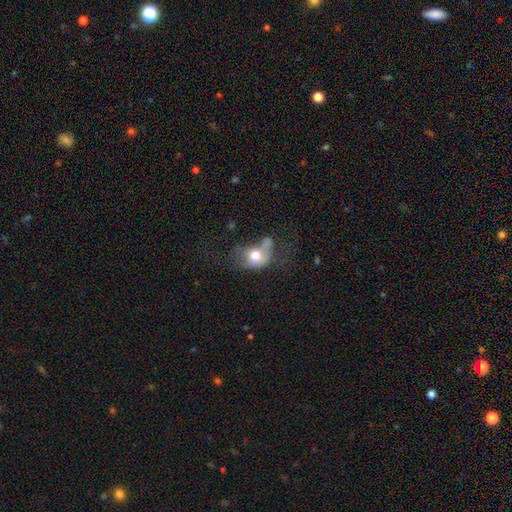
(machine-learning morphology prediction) smooth 67%, featured or disk 23%, star or artifact 10%. Down the decision tree: how rounded — in between (60%); merging — major disturbance (34%).